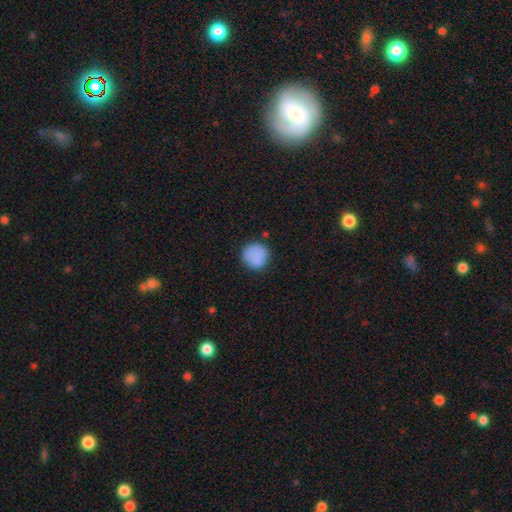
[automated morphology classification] type=smooth (84%); roundness=round (91%); merging=none (76%).